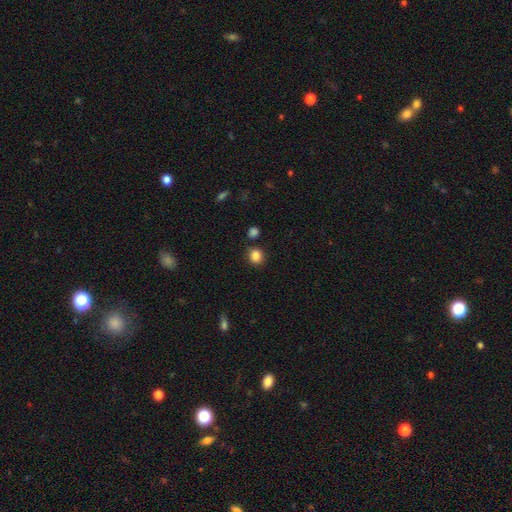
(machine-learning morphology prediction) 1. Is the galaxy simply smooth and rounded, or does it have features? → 85% smooth, 10% star or artifact, 4% featured or disk.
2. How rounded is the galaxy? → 77% round, 22% in between, 1% cigar-shaped.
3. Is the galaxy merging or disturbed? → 83% none, 9% minor disturbance, 5% merger, 3% major disturbance.